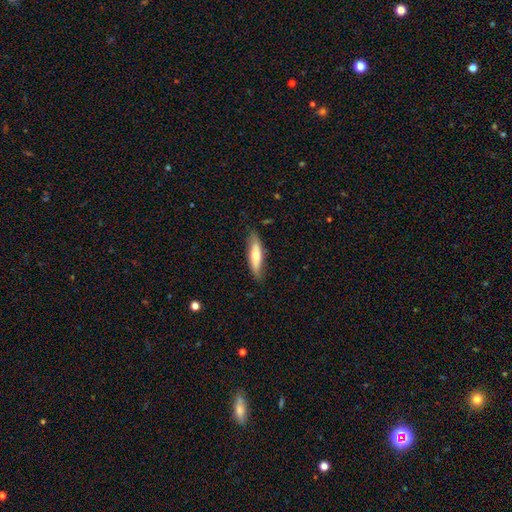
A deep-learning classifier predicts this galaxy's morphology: The model was most divided on "how rounded": cigar-shaped: 62%, in between: 36%, round: 2%. More confident: merging — none (79%); smooth or featured — smooth (60%).